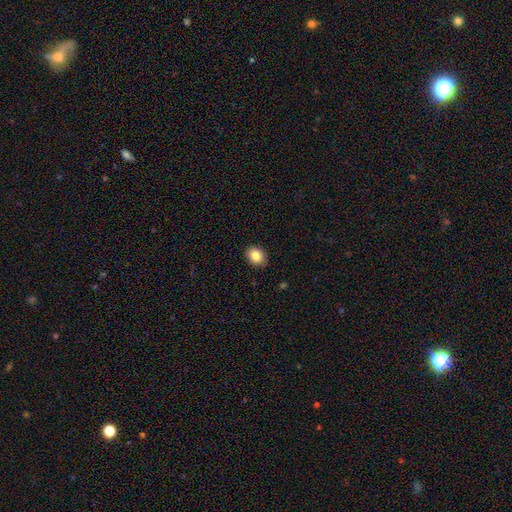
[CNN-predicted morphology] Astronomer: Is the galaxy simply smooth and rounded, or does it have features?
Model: smooth — 85%.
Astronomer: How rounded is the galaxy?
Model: in between — 58% (runner-up: round, 41%).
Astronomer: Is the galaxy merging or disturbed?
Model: none — 89%.